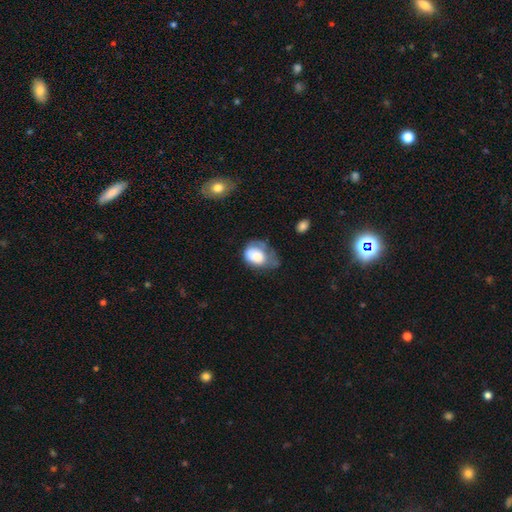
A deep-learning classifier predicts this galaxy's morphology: smooth-or-featured: smooth: 73% | featured or disk: 18% | star or artifact: 8%
  how-rounded: in between: 71% | round: 28% | cigar-shaped: 1%
  merging: major disturbance: 38% | minor disturbance: 36% | none: 21% | merger: 5%